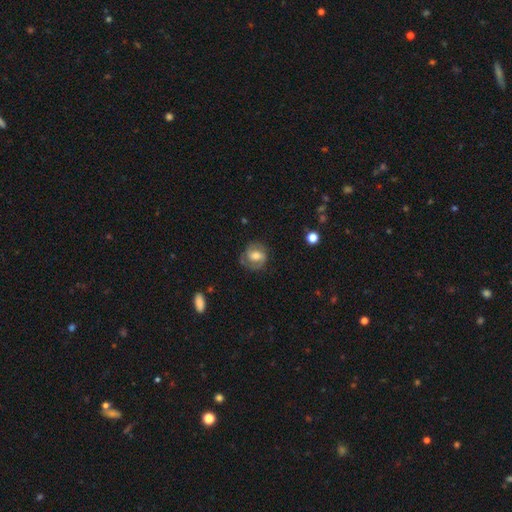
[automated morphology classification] Overall: featured or disk (53%; smooth 39%). Edge-on disk: no (97%). Bar: weak (43%; no 39%). Spiral arms: yes (77%). Bulge size: moderate (51%; large 24%). Merging: none (67%).